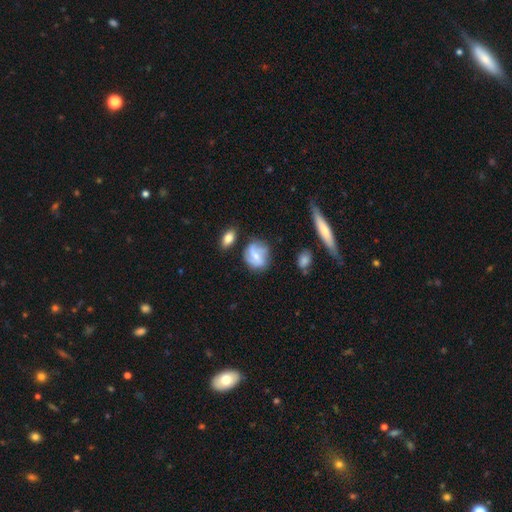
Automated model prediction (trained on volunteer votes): smooth_or_featured: featured or disk (p=0.52) [alt: smooth p=0.39]
disk_edge_on: no (p=0.95) [alt: yes p=0.05]
merging: none (p=0.64) [alt: minor disturbance p=0.22]